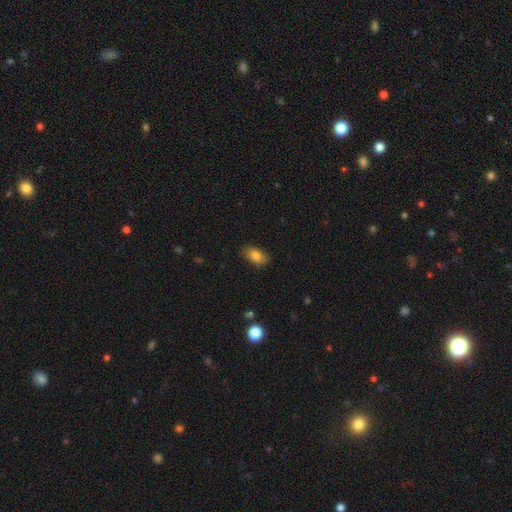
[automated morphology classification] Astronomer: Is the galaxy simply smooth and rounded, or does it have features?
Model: smooth — 84%.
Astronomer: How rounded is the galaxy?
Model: in between — 91%.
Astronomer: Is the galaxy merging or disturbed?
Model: none — 84%.